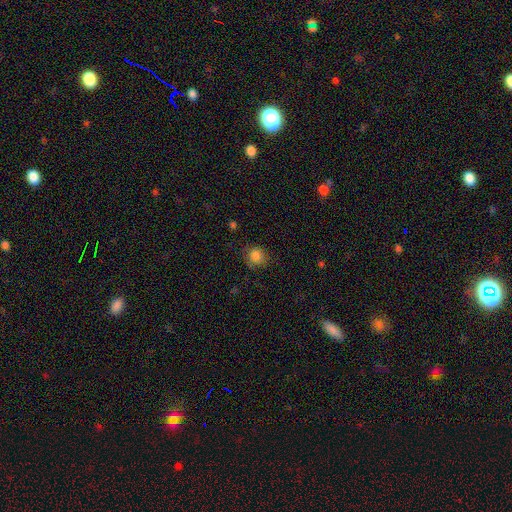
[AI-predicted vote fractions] smooth_or_featured: smooth (p=0.83) [alt: star or artifact p=0.11]
how_rounded: round (p=0.85) [alt: in between p=0.14]
merging: none (p=0.77) [alt: minor disturbance p=0.17]